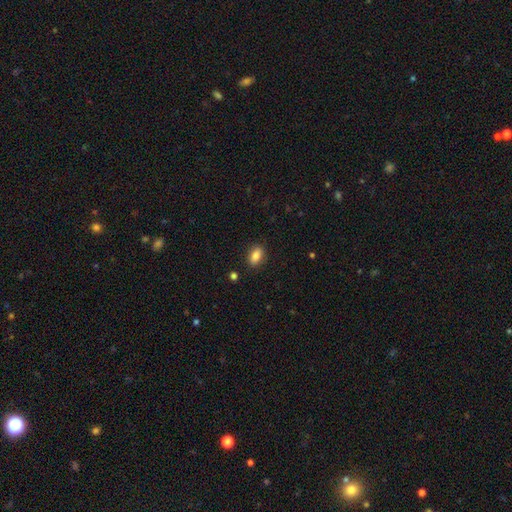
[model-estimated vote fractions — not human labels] Smooth or featured: smooth — 83% (featured or disk — 9%)
How rounded: in between — 86% (round — 10%)
Merging: none — 87% (minor disturbance — 9%)